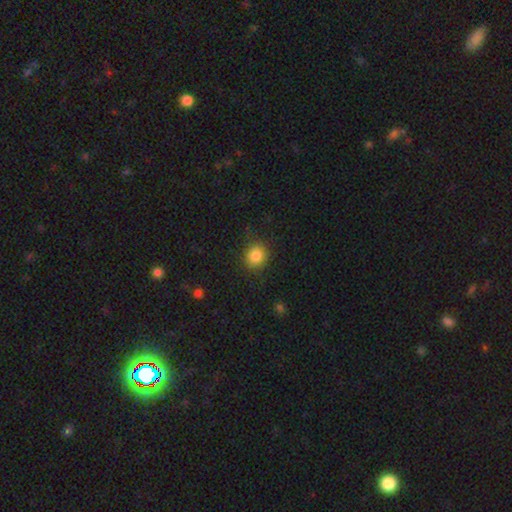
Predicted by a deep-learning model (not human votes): Morphology: type=smooth (84%); roundness=round (76%); merging=none (83%).